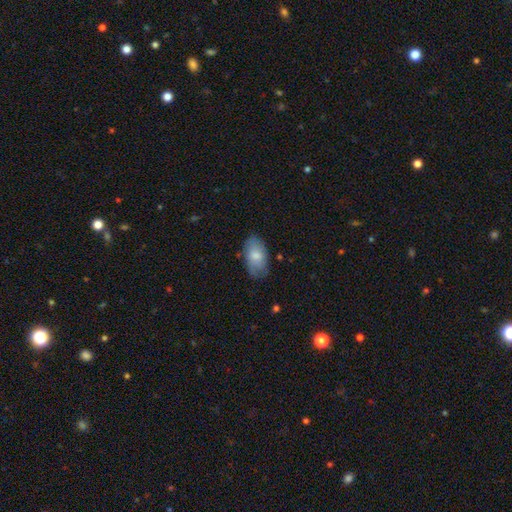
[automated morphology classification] This appears to be a smooth galaxy with no disk features (75%) that is in between round and cigar-shaped (94%). Merging: none (74%).